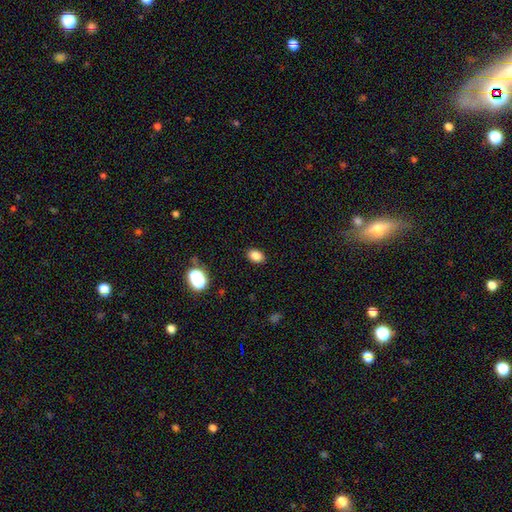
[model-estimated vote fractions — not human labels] The model was most divided on "how rounded": in between: 78%, round: 20%, cigar-shaped: 1%. More confident: merging — none (88%); smooth or featured — smooth (84%).